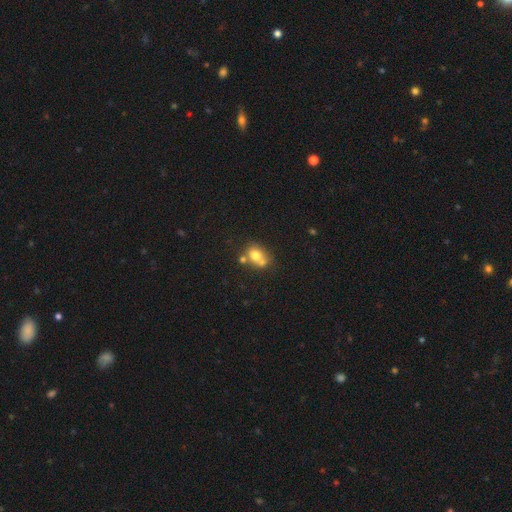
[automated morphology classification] A smooth galaxy with no disk features (69%) that is round (60%). Merging: merger (45%).